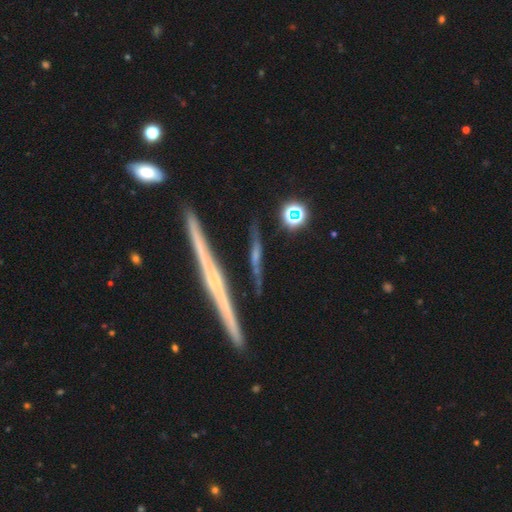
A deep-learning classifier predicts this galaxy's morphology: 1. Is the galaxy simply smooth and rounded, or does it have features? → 66% featured or disk, 17% star or artifact, 17% smooth.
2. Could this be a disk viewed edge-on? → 93% yes, 7% no.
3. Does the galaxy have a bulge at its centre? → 50% none, 35% rounded, 16% boxy.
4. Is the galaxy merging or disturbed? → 84% none, 10% minor disturbance, 3% merger, 3% major disturbance.